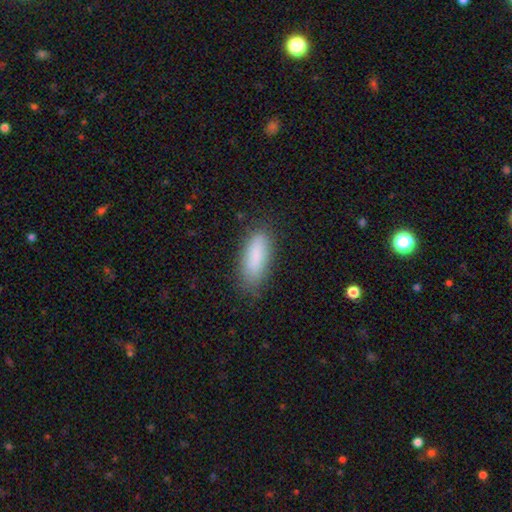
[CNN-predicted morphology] type=smooth (85%); roundness=in between (63%); merging=none (79%).